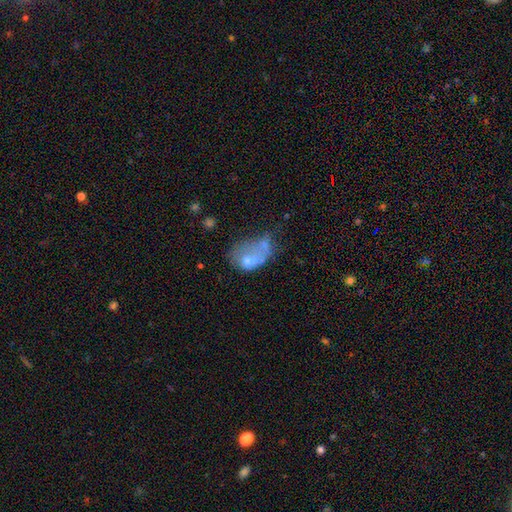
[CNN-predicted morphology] smooth_or_featured: smooth (p=0.50) [alt: featured or disk p=0.36]
merging: major disturbance (p=0.32) [alt: merger p=0.30]